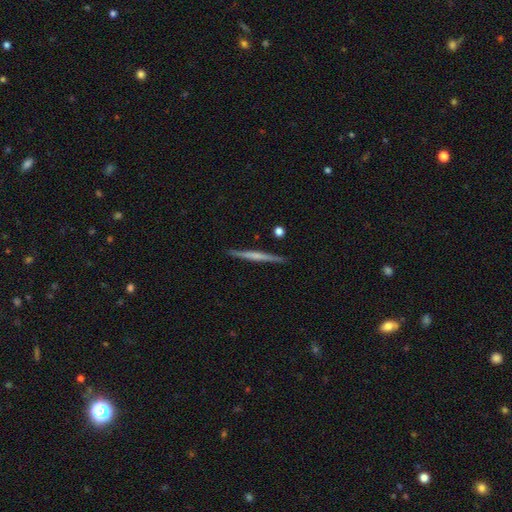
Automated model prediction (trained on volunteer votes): smooth-or-featured: featured or disk: 57% | smooth: 38% | star or artifact: 5%
  disk-edge-on: yes: 98% | no: 2%
    edge-on-bulge: none: 64% | rounded: 24% | boxy: 12%
  merging: none: 91% | minor disturbance: 6% | major disturbance: 1% | merger: 1%